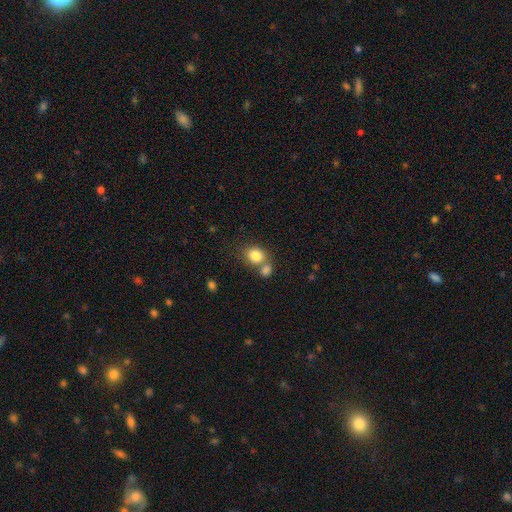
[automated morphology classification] Smooth or featured?
  - smooth: 83% *
  - star or artifact: 10%
  - featured or disk: 7%
How rounded?
  - round: 66% *
  - in between: 33%
  - cigar-shaped: 1%
Merging?
  - none: 49% *
  - merger: 37%
  - minor disturbance: 10%
  - major disturbance: 4%